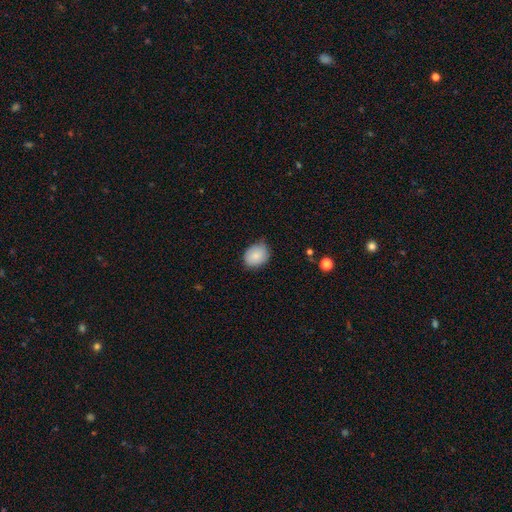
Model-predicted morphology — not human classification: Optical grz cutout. It shows a smooth galaxy with no disk features (84%) that is in between round and cigar-shaped (56%). Merging: none (71%).